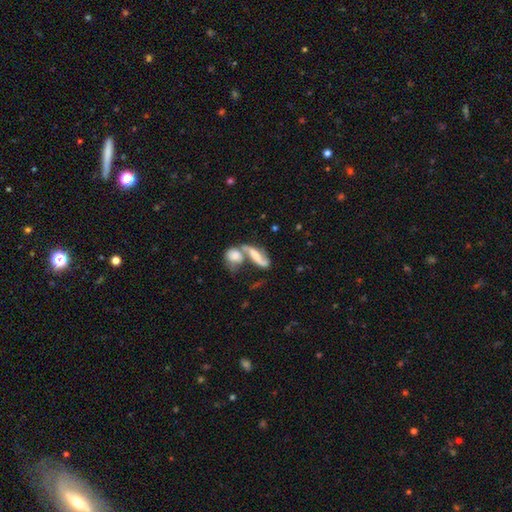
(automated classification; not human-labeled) This appears to be a featured or disk galaxy (58%). Merging: merger (57%).